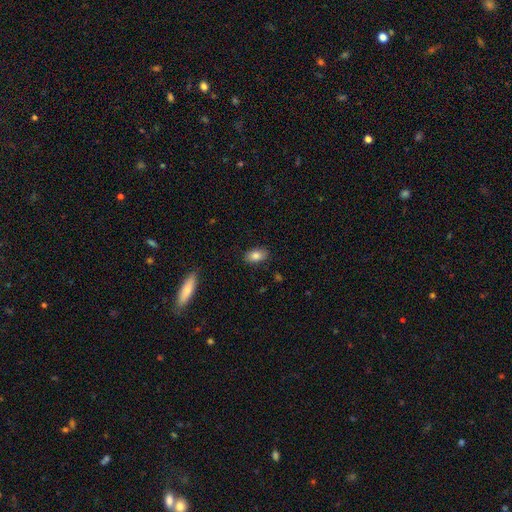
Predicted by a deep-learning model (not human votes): smooth_or_featured: smooth (p=0.85) [alt: star or artifact p=0.08]
how_rounded: in between (p=0.90) [alt: round p=0.07]
merging: none (p=0.86) [alt: minor disturbance p=0.10]